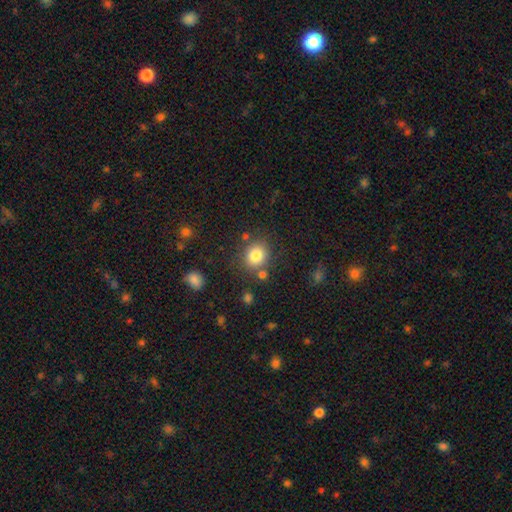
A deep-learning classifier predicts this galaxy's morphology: Q: Smooth or featured?
A: smooth (82%); runner-up: star or artifact (11%)
Q: How rounded?
A: round (74%); runner-up: in between (25%)
Q: Merging?
A: none (77%); runner-up: minor disturbance (11%)